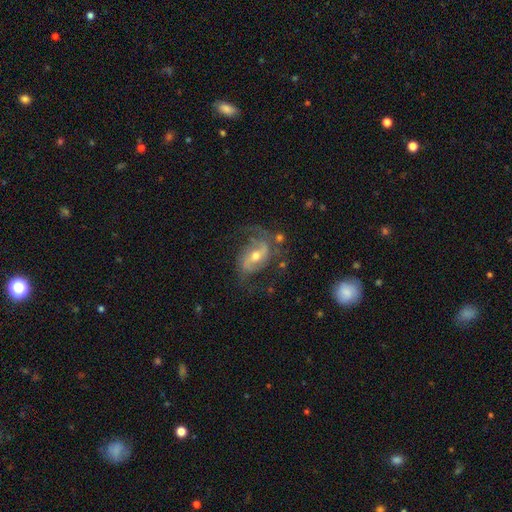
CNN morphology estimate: Smooth or featured?
  - featured or disk: 83% *
  - smooth: 10%
  - star or artifact: 7%
Edge-on disk?
  - no: 96% *
  - yes: 4%
Bar?
  - weak: 43% *
  - strong: 30%
  - no: 27%
Spiral arms?
  - yes: 93% *
  - no: 7%
Spiral winding?
  - medium: 45% *
  - loose: 39%
  - tight: 16%
Spiral arm count?
  - 2: 81% *
  - can't tell: 7%
  - 1: 5%
  - 3: 4%
  - 4: 1%
  - more than 4: 1%
Bulge size?
  - moderate: 61% *
  - small: 33%
  - large: 3%
  - none: 1%
  - dominant: 1%
Merging?
  - none: 60% *
  - minor disturbance: 19%
  - major disturbance: 17%
  - merger: 4%